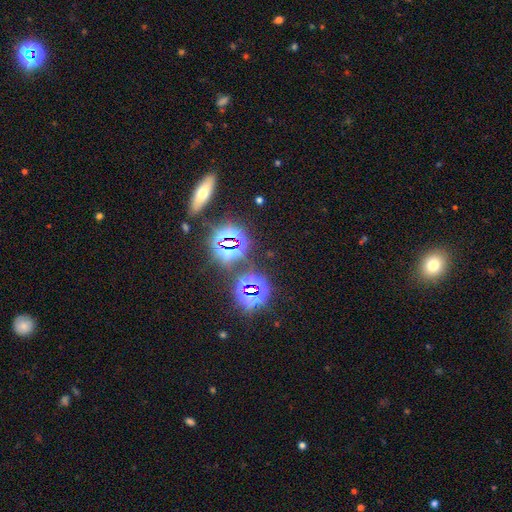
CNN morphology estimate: This appears to be a star or artifact, not a galaxy (69%).